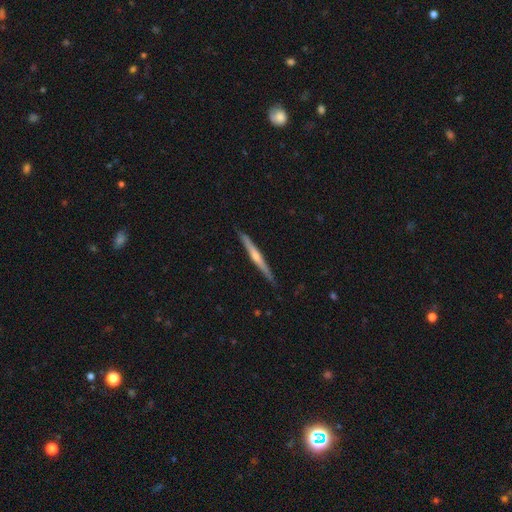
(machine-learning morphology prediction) Overall: featured or disk (68%). Edge-on disk: yes (98%). Edge-on bulge: rounded (69%). Merging: none (88%).